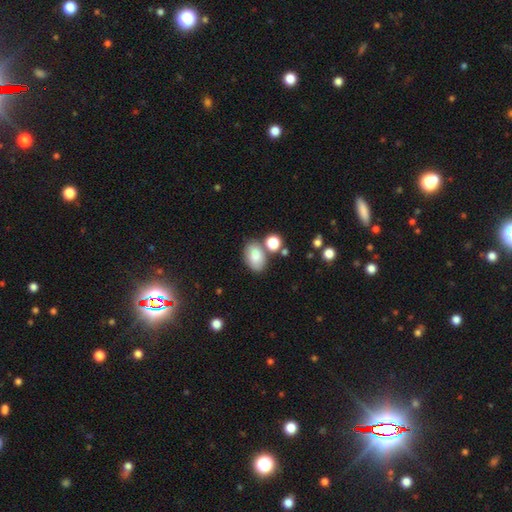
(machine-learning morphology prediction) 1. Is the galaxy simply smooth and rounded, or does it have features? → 83% smooth, 9% featured or disk, 8% star or artifact.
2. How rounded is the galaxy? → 88% in between, 11% round, 1% cigar-shaped.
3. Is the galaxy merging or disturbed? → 67% none, 15% merger, 14% minor disturbance, 4% major disturbance.